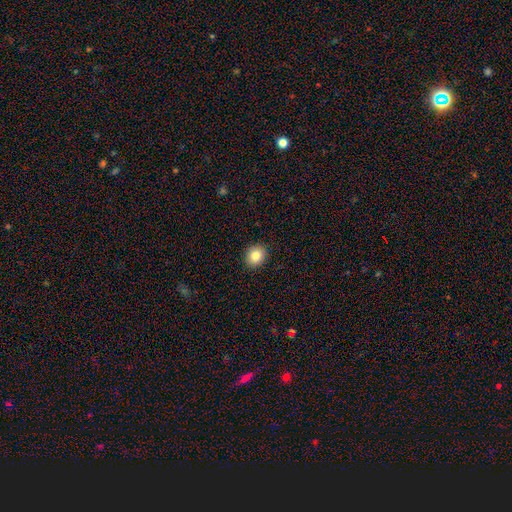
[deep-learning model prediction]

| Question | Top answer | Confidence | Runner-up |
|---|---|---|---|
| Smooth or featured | smooth | 83% | star or artifact (10%) |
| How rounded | round | 74% | in between (25%) |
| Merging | none | 92% | minor disturbance (6%) |